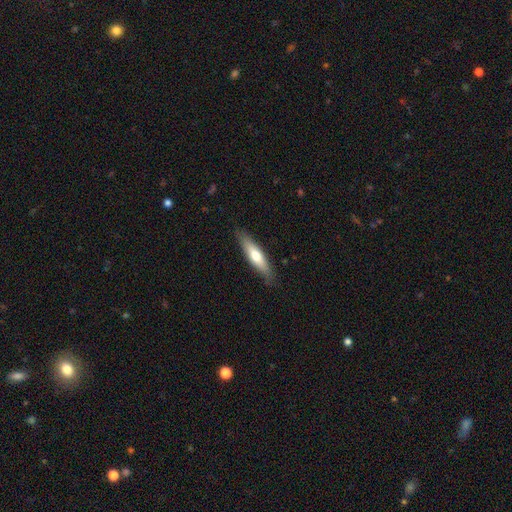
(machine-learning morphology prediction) This appears to be a smooth galaxy with no disk features (59%) that is cigar-shaped (73%). Merging: none (85%).